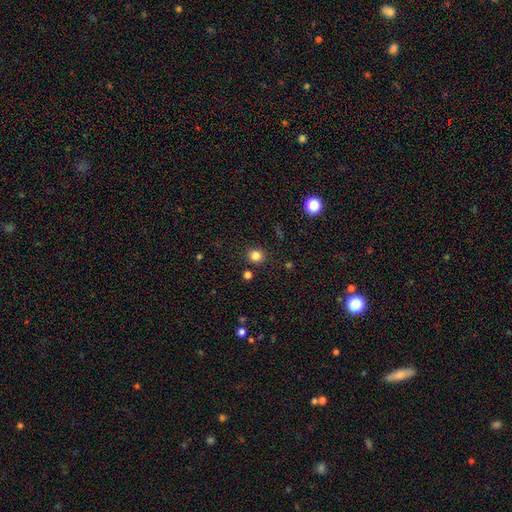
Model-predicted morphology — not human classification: Overall: smooth (83%). How rounded: round (89%). Merging: none (88%).